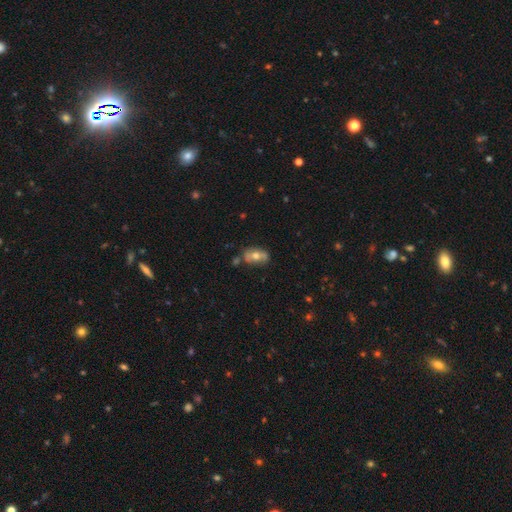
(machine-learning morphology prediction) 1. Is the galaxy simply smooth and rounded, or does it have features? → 49% smooth, 42% featured or disk, 8% star or artifact.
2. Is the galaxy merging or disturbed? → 68% none, 20% minor disturbance, 7% merger, 5% major disturbance.